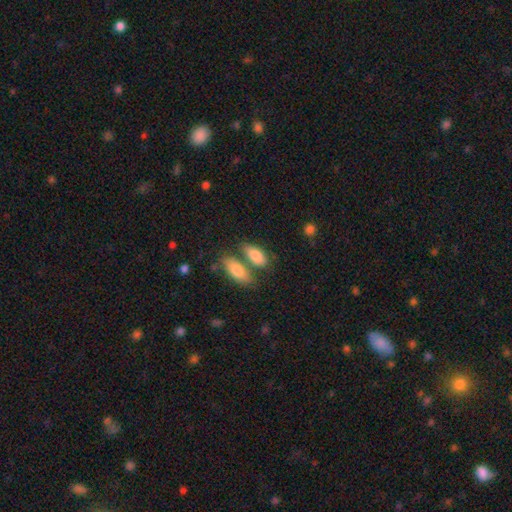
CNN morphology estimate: Overall: smooth (83%). How rounded: in between (85%). Merging: none (47%; merger 37%).